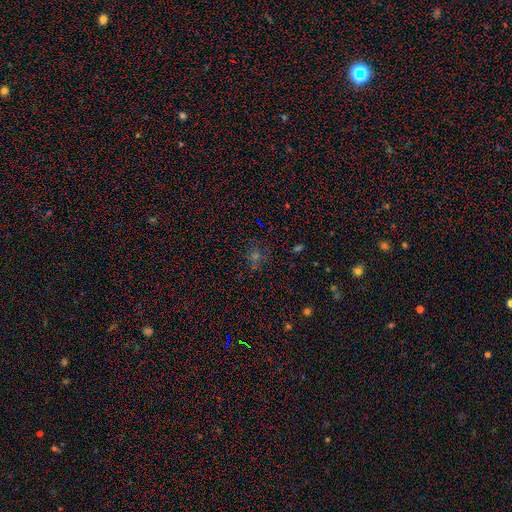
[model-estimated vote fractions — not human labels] The model was most divided on "smooth or featured": star or artifact: 45%, smooth: 43%, featured or disk: 12%.